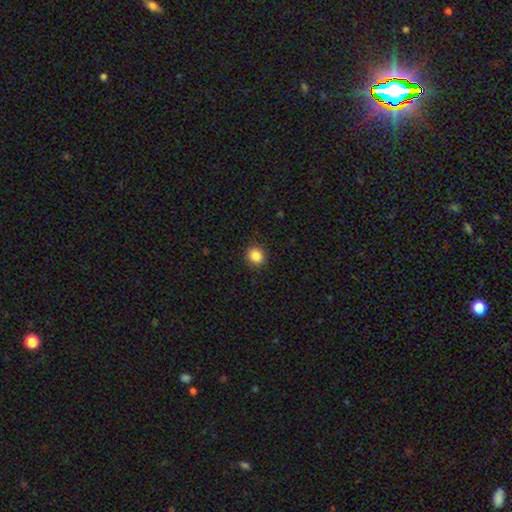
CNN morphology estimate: smooth_or_featured: smooth (p=0.87) [alt: star or artifact p=0.10]
how_rounded: round (p=0.83) [alt: in between p=0.16]
merging: none (p=0.90) [alt: minor disturbance p=0.07]